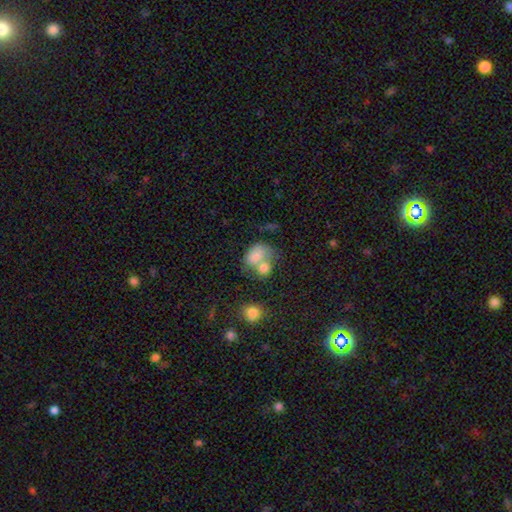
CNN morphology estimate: The model was most divided on "merging": merger: 57%, none: 24%, minor disturbance: 12%, major disturbance: 7%. More confident: smooth or featured — smooth (75%); how rounded — in between (68%).